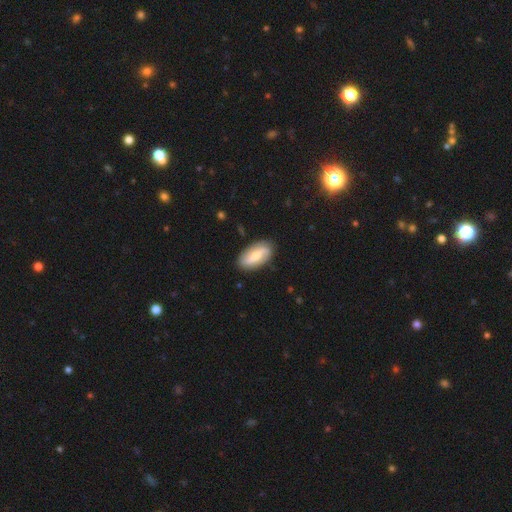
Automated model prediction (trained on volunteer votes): A featured or disk galaxy (56%) with a weak bar (42%), spiral arms (83%) and a moderate central bulge (49%). Merging: none (85%).